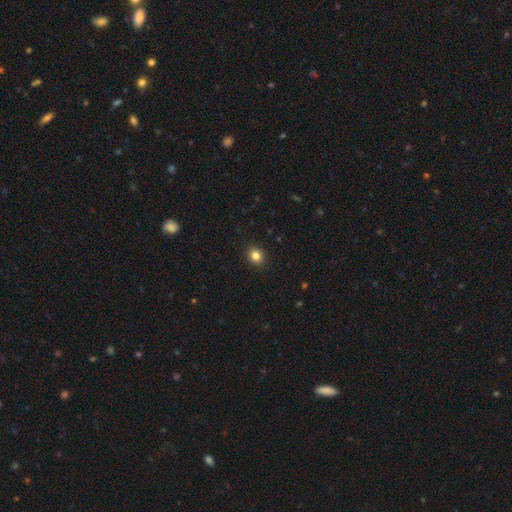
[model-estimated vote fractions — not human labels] This appears to be a smooth galaxy with no disk features (83%) that is round (71%). Merging: none (92%).